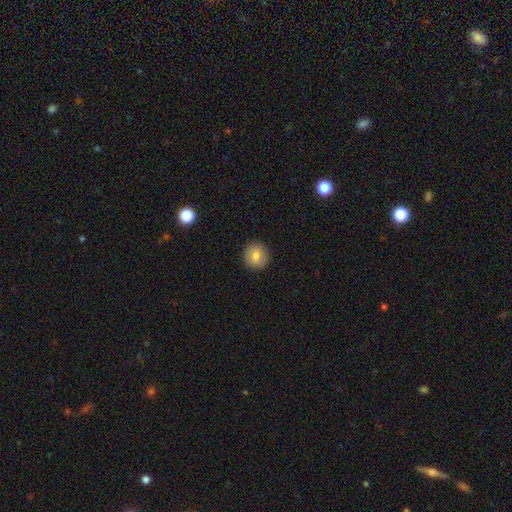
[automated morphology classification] Smooth or featured? smooth (79%)
How rounded? round (93%)
Merging? none (91%)